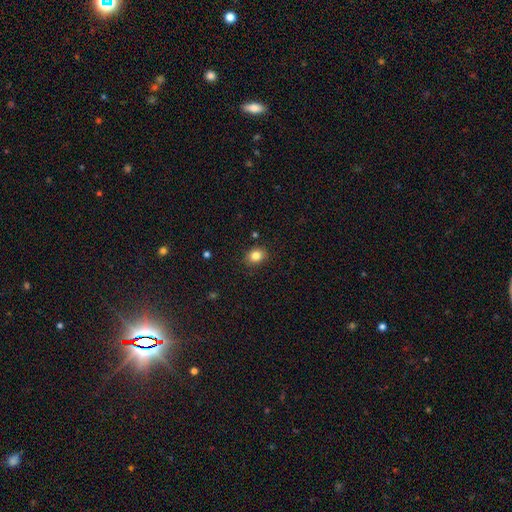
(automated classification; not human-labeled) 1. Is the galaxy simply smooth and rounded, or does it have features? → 83% smooth, 10% star or artifact, 7% featured or disk.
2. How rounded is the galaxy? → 50% round, 49% in between, 1% cigar-shaped.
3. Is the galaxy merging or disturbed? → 87% none, 10% minor disturbance, 2% major disturbance, 2% merger.